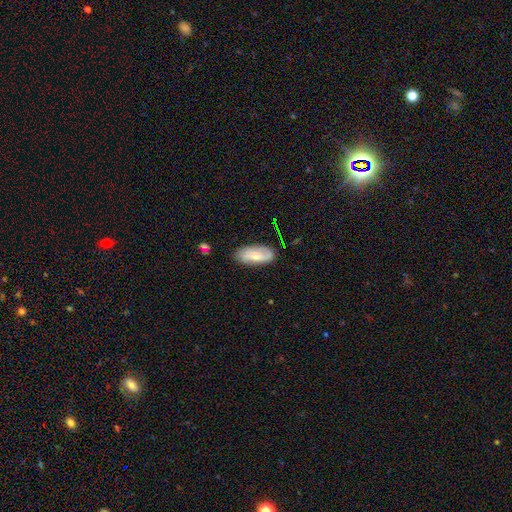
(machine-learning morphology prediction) This is possibly a featured or disk galaxy (52%). It is clearly not viewed edge-on (89%). Merging: likely none (77%).